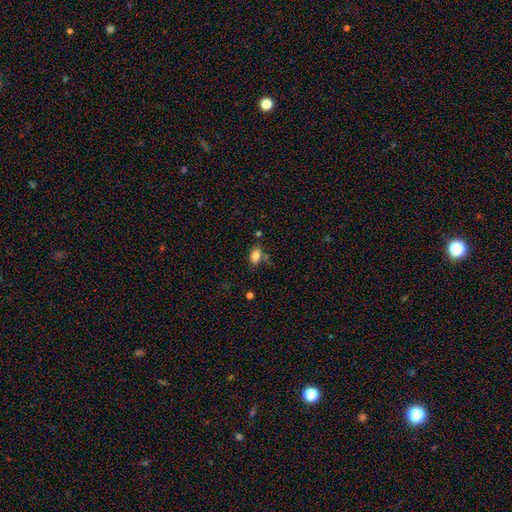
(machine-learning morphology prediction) smooth_or_featured: smooth (p=0.83) [alt: star or artifact p=0.10]
how_rounded: in between (p=0.87) [alt: round p=0.11]
merging: none (p=0.67) [alt: minor disturbance p=0.17]